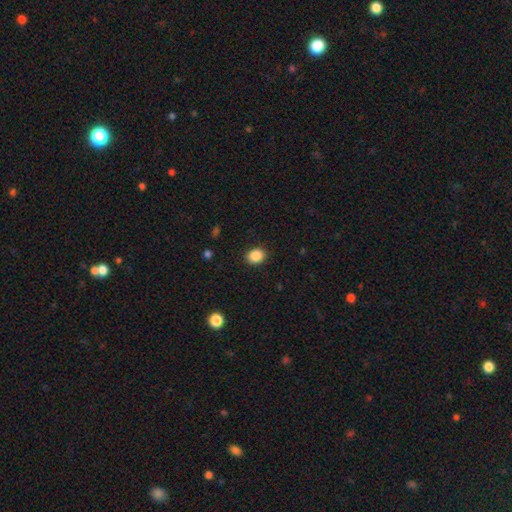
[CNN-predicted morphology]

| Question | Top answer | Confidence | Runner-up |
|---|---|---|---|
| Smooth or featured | smooth | 88% | star or artifact (9%) |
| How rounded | round | 50% | in between (49%) |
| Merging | none | 90% | minor disturbance (7%) |